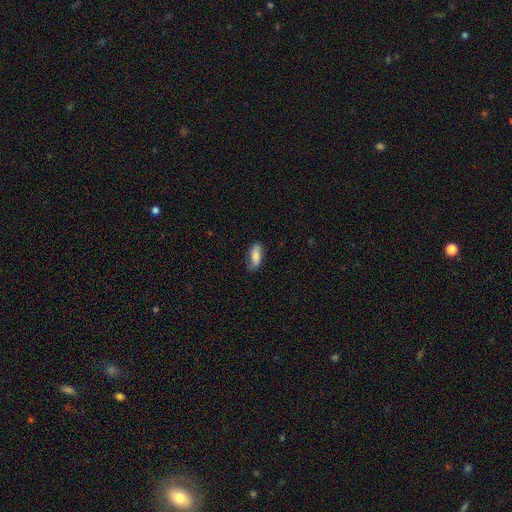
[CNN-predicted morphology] This appears to be a smooth galaxy with no disk features (71%) that is in between round and cigar-shaped (75%). Merging: none (75%).